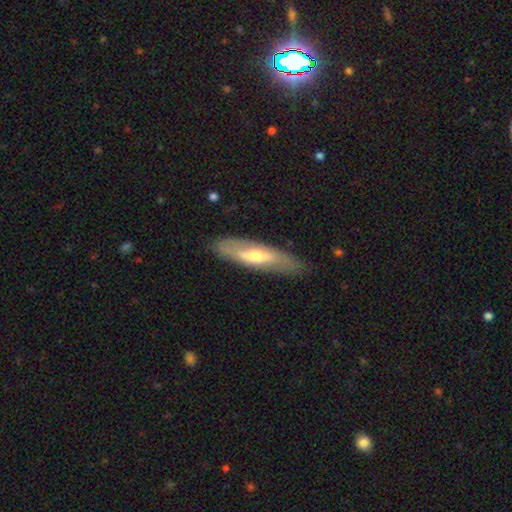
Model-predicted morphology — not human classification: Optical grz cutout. It shows a featured or disk galaxy (53%). Merging: none (80%).